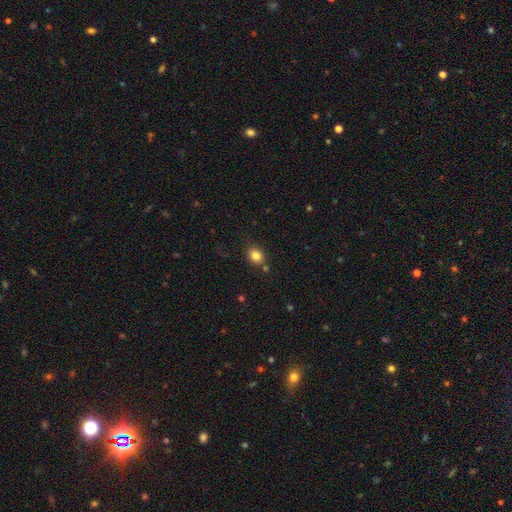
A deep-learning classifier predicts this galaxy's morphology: This is clearly a smooth galaxy (82%). How rounded: possibly round (53%). Merging: likely none (77%).